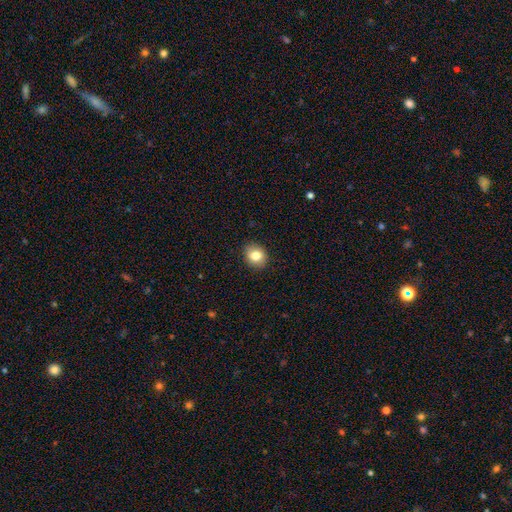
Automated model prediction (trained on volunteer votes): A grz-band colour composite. It shows a smooth galaxy with no disk features (83%) that is round (68%). Merging: none (90%).